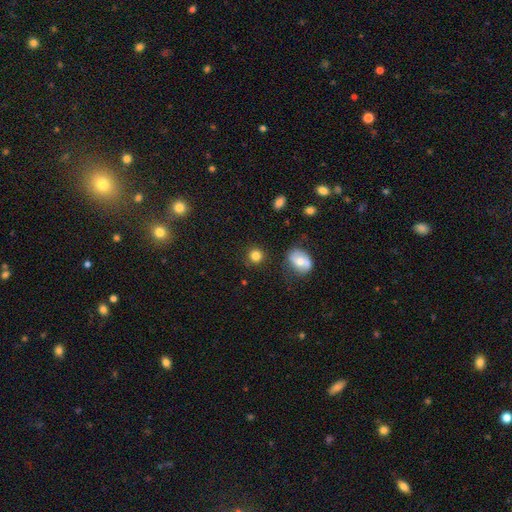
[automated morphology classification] Q: Smooth or featured?
A: smooth (83%); runner-up: star or artifact (11%)
Q: How rounded?
A: round (89%); runner-up: in between (10%)
Q: Merging?
A: none (85%); runner-up: minor disturbance (9%)